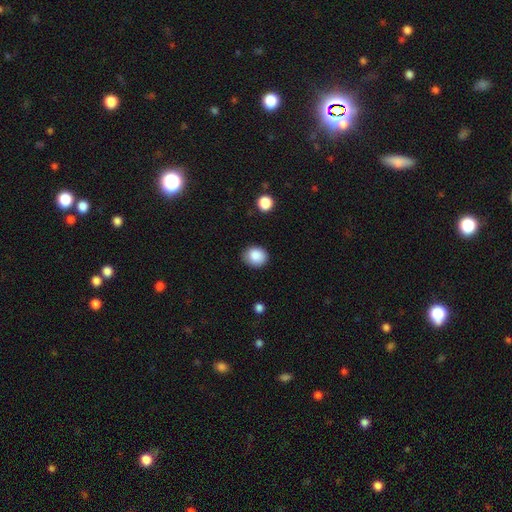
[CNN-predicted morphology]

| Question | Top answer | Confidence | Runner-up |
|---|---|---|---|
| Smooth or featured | smooth | 87% | star or artifact (9%) |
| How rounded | round | 65% | in between (34%) |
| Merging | none | 83% | minor disturbance (13%) |